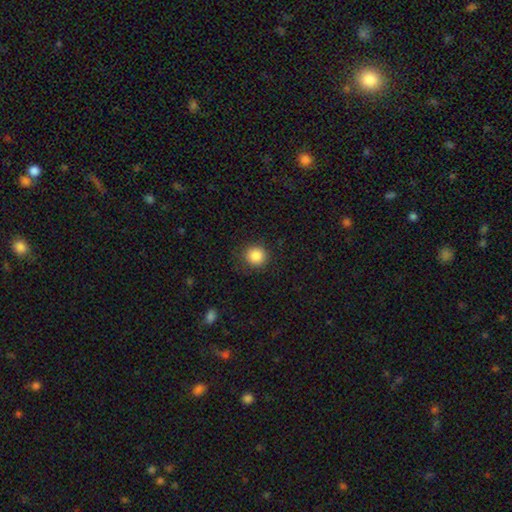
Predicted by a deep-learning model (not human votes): smooth-or-featured: smooth: 87% | star or artifact: 10% | featured or disk: 3%
  how-rounded: round: 92% | in between: 7% | cigar-shaped: 1%
  merging: none: 87% | minor disturbance: 9% | major disturbance: 3% | merger: 1%